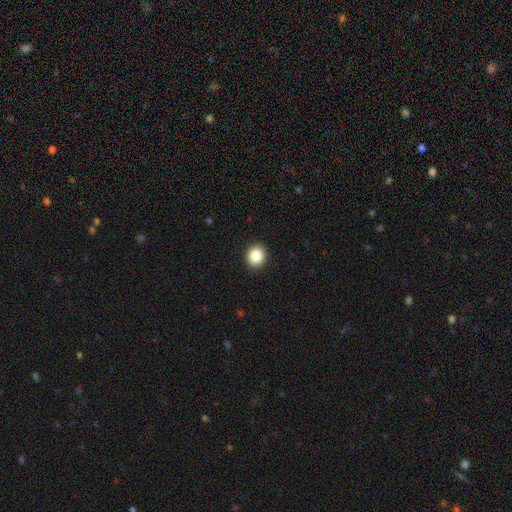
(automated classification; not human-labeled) Q: Smooth or featured?
A: smooth (86%); runner-up: star or artifact (9%)
Q: How rounded?
A: round (76%); runner-up: in between (23%)
Q: Merging?
A: none (92%); runner-up: minor disturbance (5%)